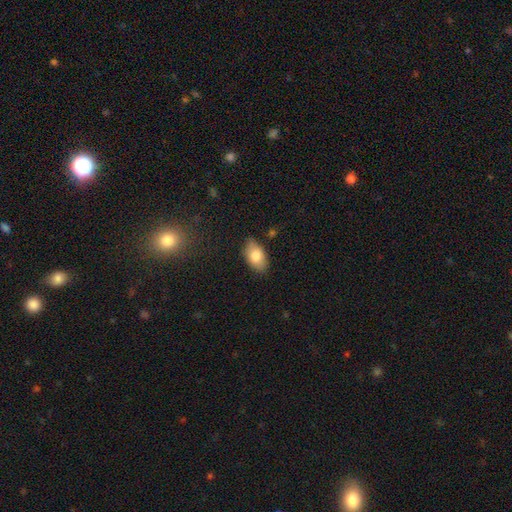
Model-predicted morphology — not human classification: The model was most divided on "smooth or featured": smooth: 78%, featured or disk: 15%, star or artifact: 7%. More confident: how rounded — in between (91%); merging — none (81%).